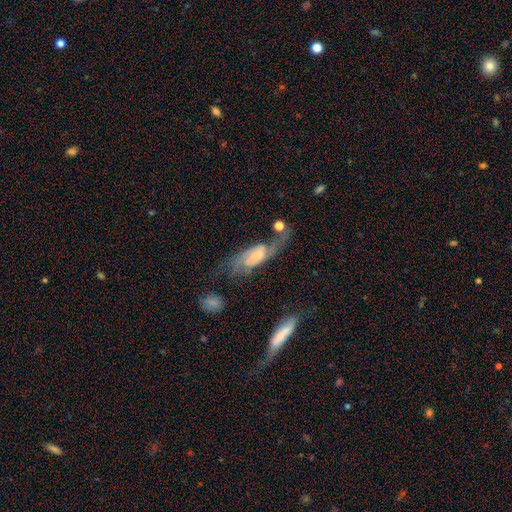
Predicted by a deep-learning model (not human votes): featured or disk 73%, smooth 20%, star or artifact 7%. Down the decision tree: edge-on disk — no (86%); bar — no (45%); spiral arms — yes (90%); spiral arm count — 2 (74%); spiral winding — medium (44%); bulge size — moderate (41%); merging — none (43%).